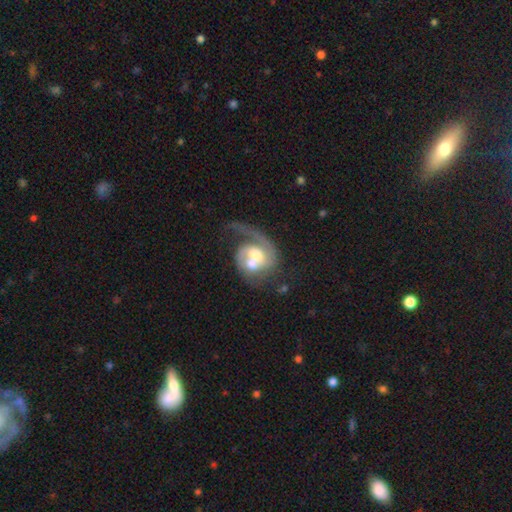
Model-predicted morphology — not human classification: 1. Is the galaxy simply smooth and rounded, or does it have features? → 77% featured or disk, 17% smooth, 6% star or artifact.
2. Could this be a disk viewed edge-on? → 97% no, 3% yes.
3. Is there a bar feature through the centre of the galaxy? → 63% no, 30% weak, 7% strong.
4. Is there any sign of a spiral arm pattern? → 89% yes, 11% no.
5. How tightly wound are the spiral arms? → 43% loose, 37% medium, 19% tight.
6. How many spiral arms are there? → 62% 1, 29% 2, 6% can't tell, 2% 3, 1% 4, 1% more than 4.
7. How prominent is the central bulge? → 62% moderate, 19% large, 14% small, 3% none, 2% dominant.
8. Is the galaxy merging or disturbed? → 44% merger, 23% none, 23% major disturbance, 10% minor disturbance.